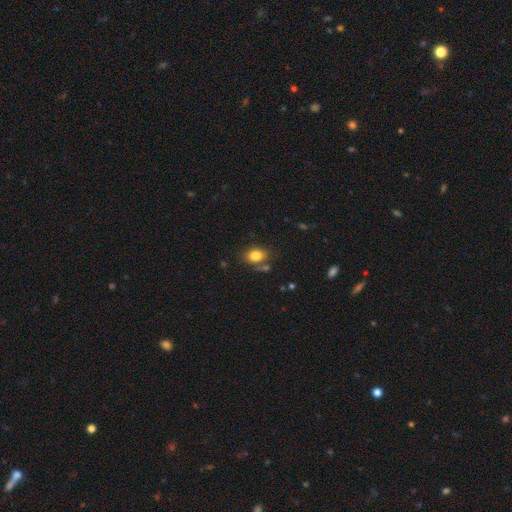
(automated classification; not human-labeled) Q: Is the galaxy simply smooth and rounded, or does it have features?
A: smooth — 81%.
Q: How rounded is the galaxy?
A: in between — 69%.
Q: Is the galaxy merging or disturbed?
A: none — 71%.